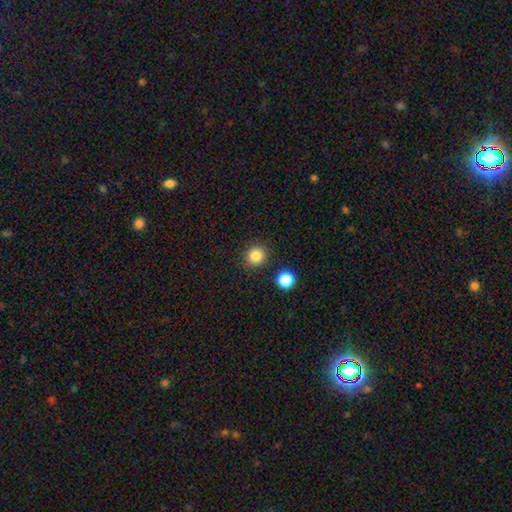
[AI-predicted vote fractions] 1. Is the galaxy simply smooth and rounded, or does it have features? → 84% smooth, 11% star or artifact, 4% featured or disk.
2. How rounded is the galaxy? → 92% round, 7% in between, 1% cigar-shaped.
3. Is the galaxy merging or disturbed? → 90% none, 6% minor disturbance, 3% merger, 2% major disturbance.